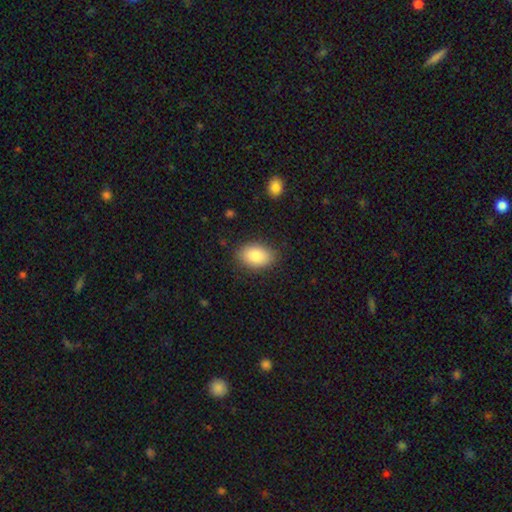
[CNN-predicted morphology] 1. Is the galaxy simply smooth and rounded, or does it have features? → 87% smooth, 7% featured or disk, 7% star or artifact.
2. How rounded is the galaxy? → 87% in between, 12% round, 1% cigar-shaped.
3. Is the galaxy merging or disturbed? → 85% none, 11% minor disturbance, 3% major disturbance, 1% merger.